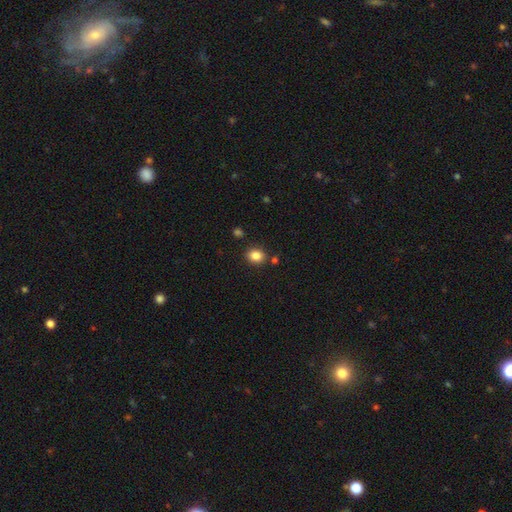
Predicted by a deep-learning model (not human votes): Morphology: type=smooth (85%); roundness=round (61%); merging=none (84%).